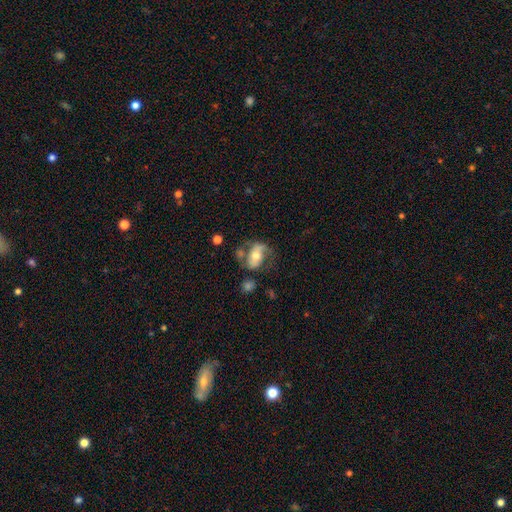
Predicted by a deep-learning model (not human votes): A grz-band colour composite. It shows a featured or disk galaxy (57%) with no bar (41%), spiral arms (72%) and a moderate central bulge (66%). Merging: none (46%).